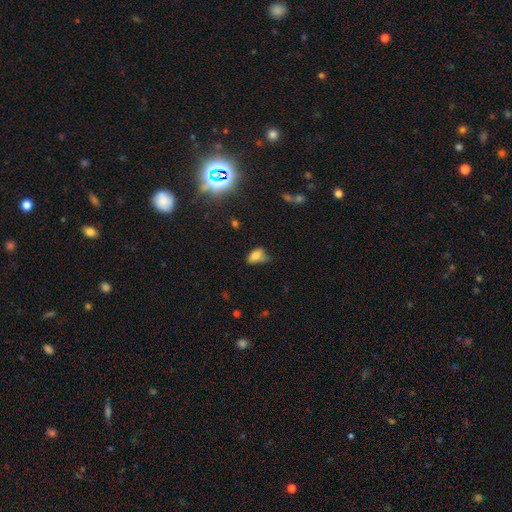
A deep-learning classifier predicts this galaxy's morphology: Smooth or featured? Predicted: smooth (p=0.74). How rounded? Predicted: in between (p=0.86). Merging? Predicted: minor disturbance (p=0.38).